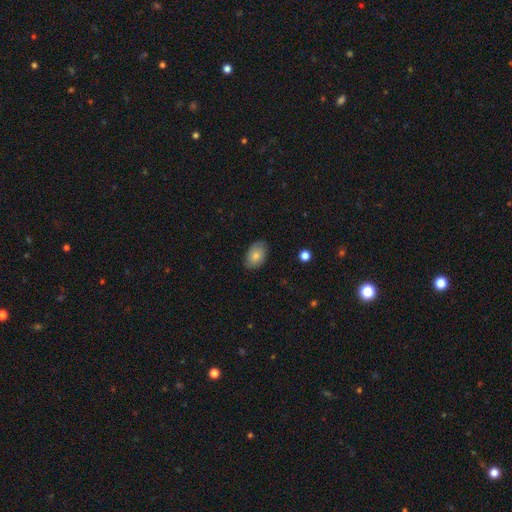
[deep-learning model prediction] Morphology: type=smooth (77%); roundness=in between (89%); merging=none (80%).